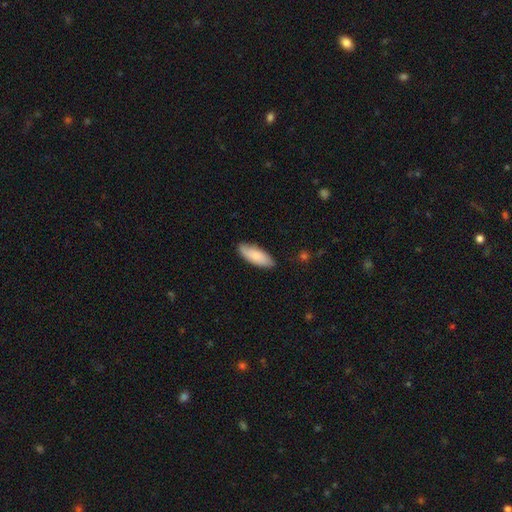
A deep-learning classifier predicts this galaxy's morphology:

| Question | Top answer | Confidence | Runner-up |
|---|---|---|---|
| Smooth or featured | smooth | 81% | featured or disk (14%) |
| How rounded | in between | 74% | cigar-shaped (24%) |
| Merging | none | 84% | minor disturbance (13%) |